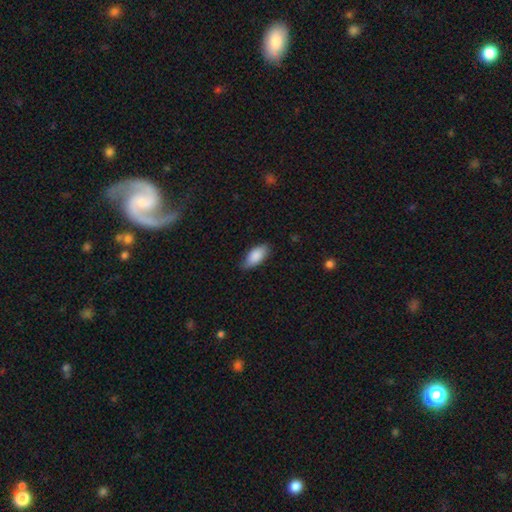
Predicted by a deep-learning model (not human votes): A smooth galaxy with no disk features (87%) that is in between round and cigar-shaped (88%).

Vote fractions:
- Smooth or featured? smooth: 87% / featured or disk: 7% / star or artifact: 6%
- How rounded? in between: 88% / cigar-shaped: 10% / round: 2%
- Merging? none: 80% / minor disturbance: 17% / major disturbance: 2% / merger: 1%